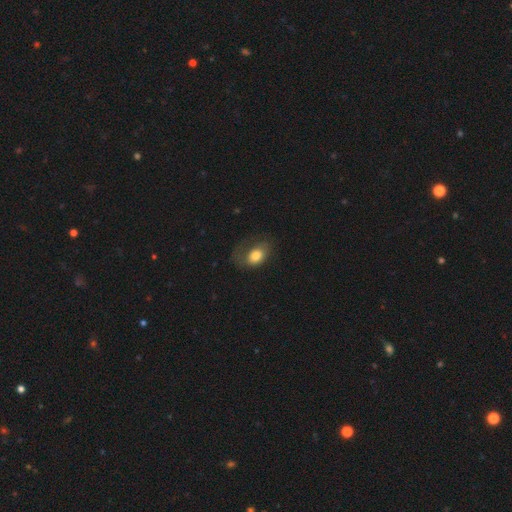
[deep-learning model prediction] The model was most divided on "merging": none: 42%, major disturbance: 30%, minor disturbance: 26%, merger: 2%. More confident: how rounded — in between (75%); smooth or featured — smooth (73%).